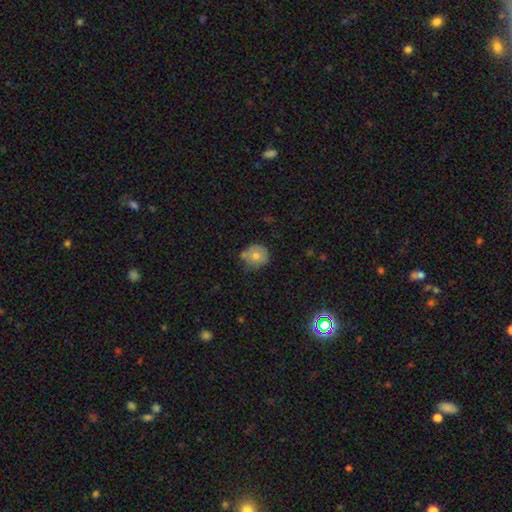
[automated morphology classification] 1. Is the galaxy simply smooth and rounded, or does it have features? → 67% smooth, 20% featured or disk, 13% star or artifact.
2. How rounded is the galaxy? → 85% round, 14% in between, 1% cigar-shaped.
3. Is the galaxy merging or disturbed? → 68% none, 24% minor disturbance, 4% major disturbance, 4% merger.